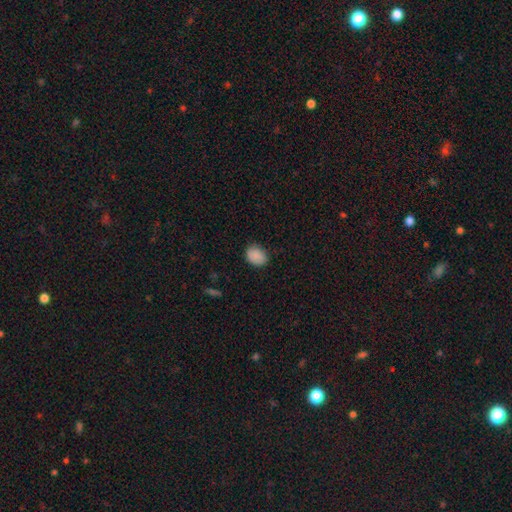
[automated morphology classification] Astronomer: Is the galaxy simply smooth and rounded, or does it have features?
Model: smooth — 88%.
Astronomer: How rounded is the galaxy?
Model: in between — 60% (runner-up: round, 39%).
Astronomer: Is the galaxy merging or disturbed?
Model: none — 81%.